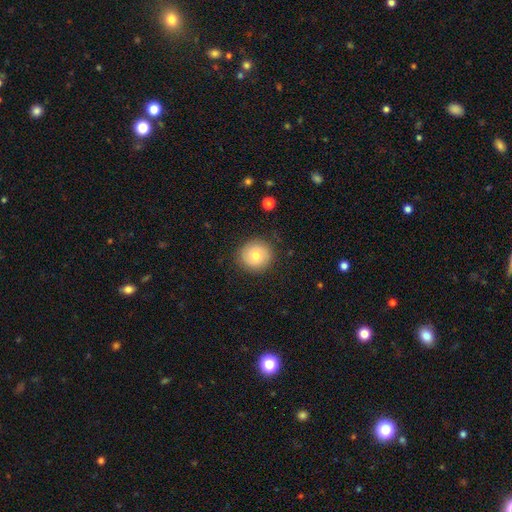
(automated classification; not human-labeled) Smooth or featured? Predicted: smooth (p=0.73). How rounded? Predicted: round (p=0.92). Merging? Predicted: none (p=0.87).